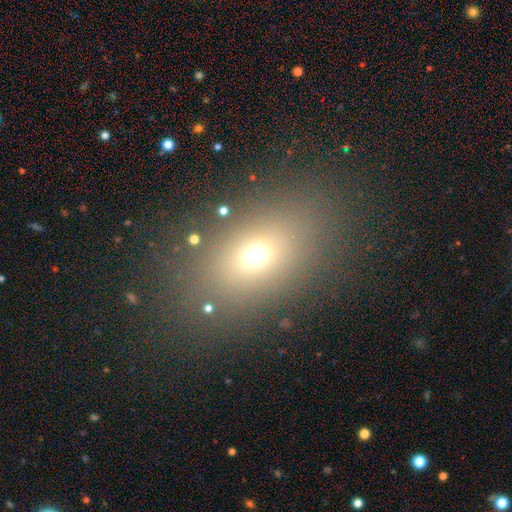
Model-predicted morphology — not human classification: A smooth galaxy with no disk features (65%) that is in between round and cigar-shaped (73%). Merging: none (82%).